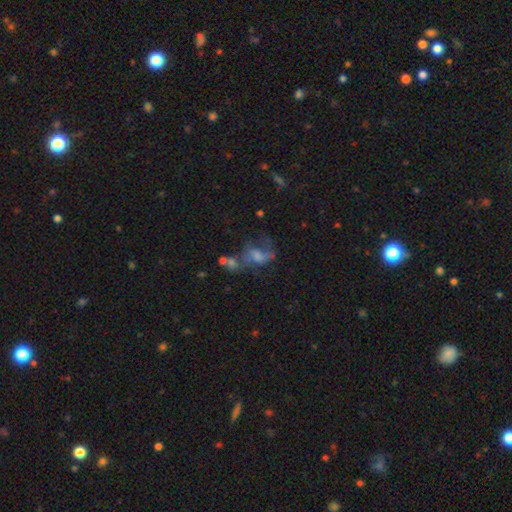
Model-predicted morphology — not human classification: Smooth or featured?
  - featured or disk: 50% *
  - smooth: 28%
  - star or artifact: 22%
Edge-on disk?
  - no: 95% *
  - yes: 5%
Merging?
  - major disturbance: 33% *
  - none: 30%
  - merger: 22%
  - minor disturbance: 15%